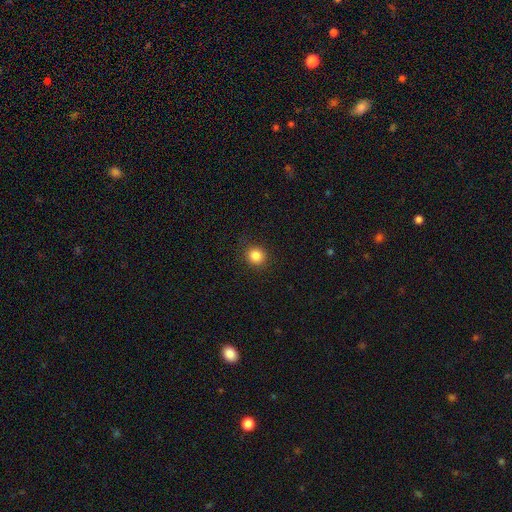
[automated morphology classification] Smooth or featured? Predicted: smooth (p=0.85). How rounded? Predicted: round (p=0.89). Merging? Predicted: none (p=0.89).